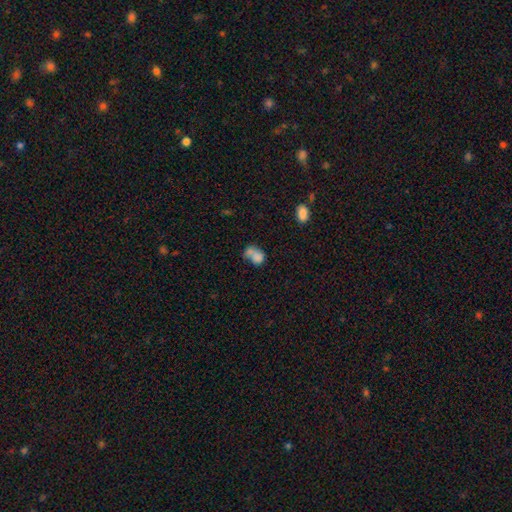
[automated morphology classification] Smooth or featured?
  - smooth: 73% *
  - featured or disk: 16%
  - star or artifact: 11%
How rounded?
  - in between: 62% *
  - round: 36%
  - cigar-shaped: 2%
Merging?
  - merger: 47% *
  - none: 24%
  - minor disturbance: 15%
  - major disturbance: 14%